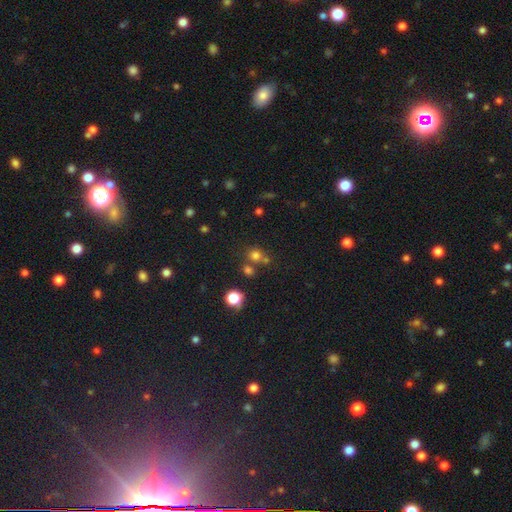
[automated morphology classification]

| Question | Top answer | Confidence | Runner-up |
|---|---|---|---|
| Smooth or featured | smooth | 71% | star or artifact (21%) |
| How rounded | round | 84% | in between (15%) |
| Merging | none | 63% | merger (24%) |